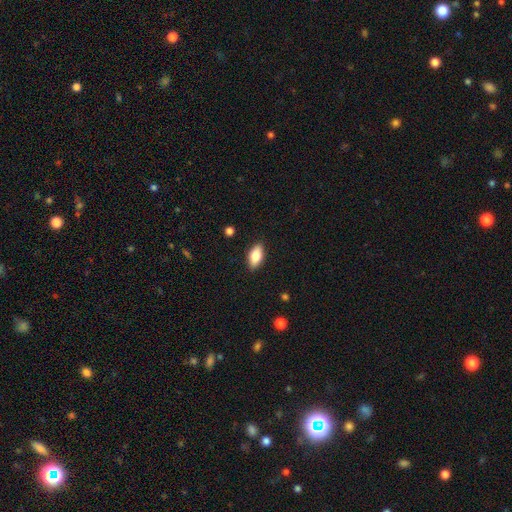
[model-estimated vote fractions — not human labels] Smooth or featured?
  - smooth: 78% *
  - featured or disk: 15%
  - star or artifact: 7%
How rounded?
  - in between: 88% *
  - cigar-shaped: 9%
  - round: 3%
Merging?
  - none: 88% *
  - minor disturbance: 9%
  - major disturbance: 2%
  - merger: 1%